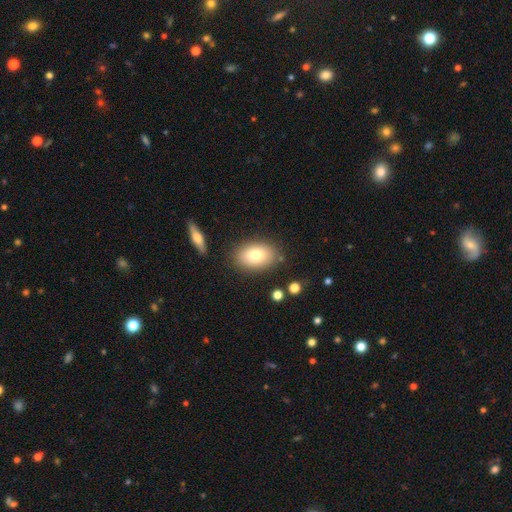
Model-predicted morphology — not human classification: A smooth galaxy with no disk features (78%) that is in between round and cigar-shaped (86%).

Vote fractions:
- Smooth or featured? smooth: 78% / featured or disk: 14% / star or artifact: 8%
- How rounded? in between: 86% / round: 13% / cigar-shaped: 1%
- Merging? none: 82% / minor disturbance: 11% / merger: 3% / major disturbance: 3%